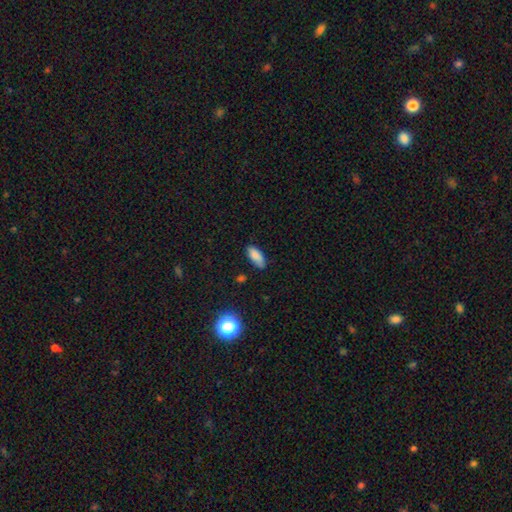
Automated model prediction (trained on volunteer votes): This appears to be a smooth galaxy with no disk features (84%) that is in between round and cigar-shaped (80%). Merging: none (73%).